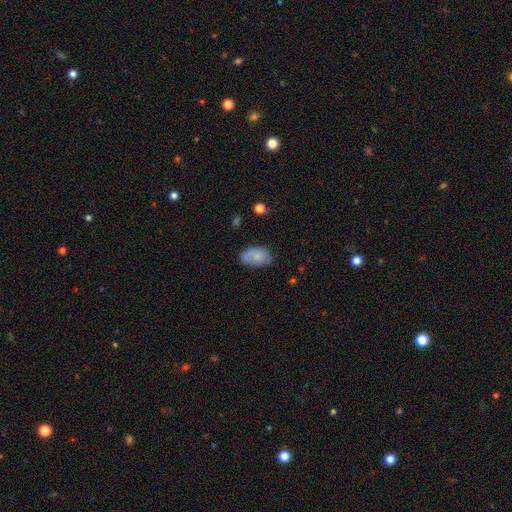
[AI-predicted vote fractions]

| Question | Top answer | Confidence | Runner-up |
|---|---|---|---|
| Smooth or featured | smooth | 78% | featured or disk (15%) |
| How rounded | in between | 92% | round (6%) |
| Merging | none | 67% | minor disturbance (24%) |